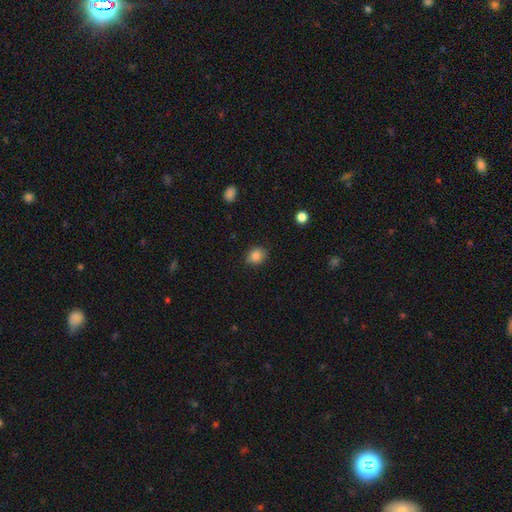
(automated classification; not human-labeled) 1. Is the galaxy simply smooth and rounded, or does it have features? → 85% smooth, 10% star or artifact, 5% featured or disk.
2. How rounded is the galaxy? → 57% round, 42% in between, 1% cigar-shaped.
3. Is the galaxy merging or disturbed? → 83% none, 13% minor disturbance, 3% major disturbance, 1% merger.